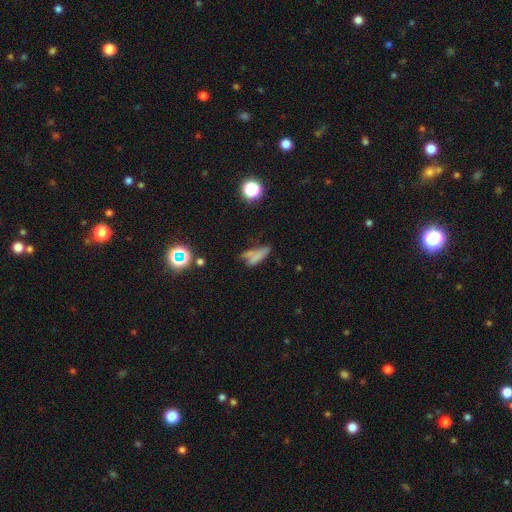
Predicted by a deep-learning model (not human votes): Smooth or featured?
  - smooth: 58% *
  - featured or disk: 23%
  - star or artifact: 18%
How rounded?
  - cigar-shaped: 48% *
  - in between: 46%
  - round: 6%
Merging?
  - none: 33% *
  - major disturbance: 24%
  - minor disturbance: 23%
  - merger: 20%